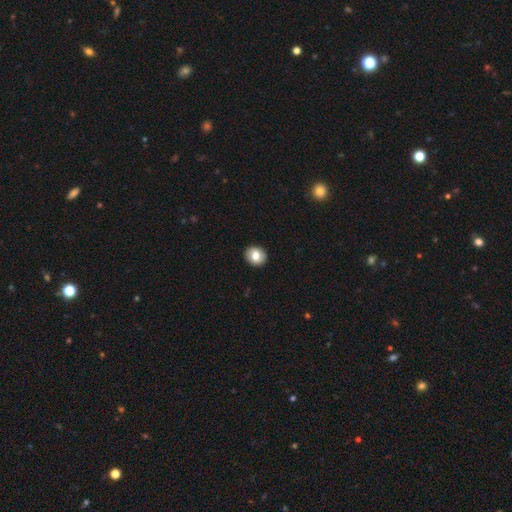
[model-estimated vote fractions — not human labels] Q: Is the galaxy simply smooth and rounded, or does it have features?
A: smooth — 76%.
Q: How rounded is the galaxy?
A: round — 75%.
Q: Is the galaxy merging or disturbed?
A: none — 91%.